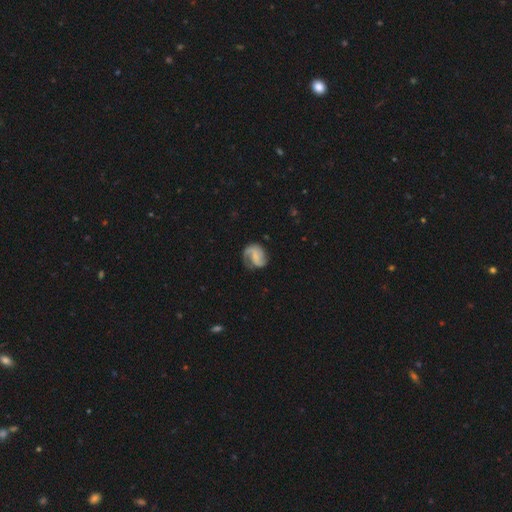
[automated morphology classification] smooth-or-featured: featured or disk: 77% | smooth: 18% | star or artifact: 6%
  disk-edge-on: no: 98% | yes: 2%
    bar: no: 44% | weak: 42% | strong: 13%
    has-spiral-arms: yes: 95% | no: 5%
      spiral-winding: medium: 46% | loose: 33% | tight: 22%
      spiral-arm-count: 2: 70% | 1: 21% | can't tell: 5% | 3: 2% | 4: 1% | more than 4: 1%
    bulge-size: small: 43% | none: 38% | moderate: 16% | large: 3% | dominant: 1%
  merging: none: 64% | minor disturbance: 21% | major disturbance: 13% | merger: 2%